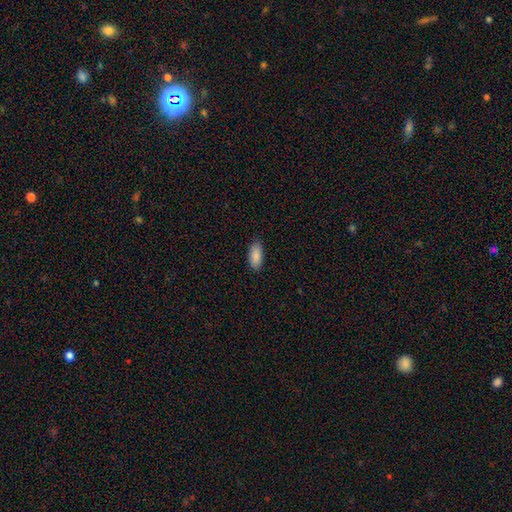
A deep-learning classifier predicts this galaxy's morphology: A smooth galaxy with no disk features (89%) that is in between round and cigar-shaped (88%). Merging: none (87%).